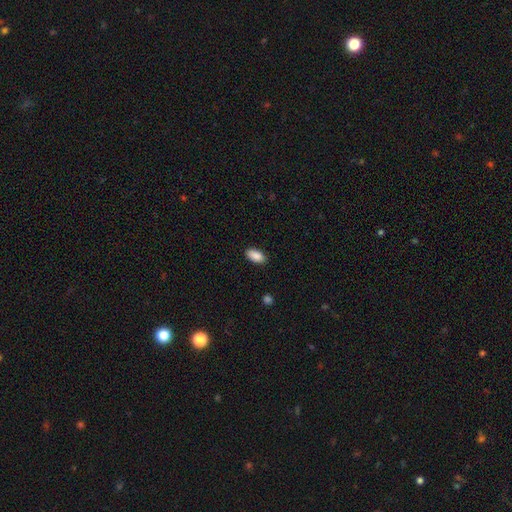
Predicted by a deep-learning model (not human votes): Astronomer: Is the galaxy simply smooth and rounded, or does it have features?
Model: smooth — 89%.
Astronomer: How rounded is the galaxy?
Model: in between — 92%.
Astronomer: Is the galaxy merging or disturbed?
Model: none — 87%.